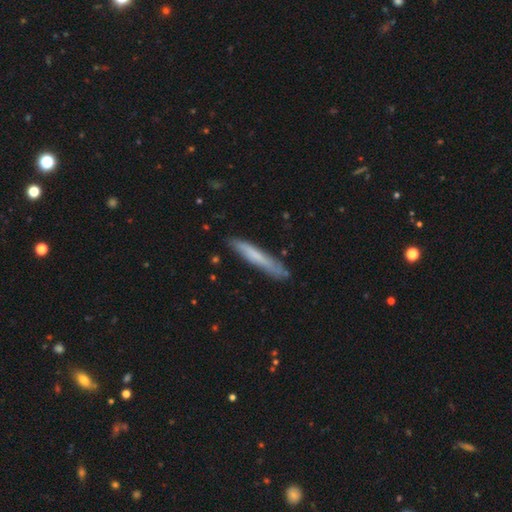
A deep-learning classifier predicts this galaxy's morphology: Smooth or featured: smooth — 59% (featured or disk — 35%)
How rounded: cigar-shaped — 94% (in between — 4%)
Merging: none — 82% (minor disturbance — 14%)